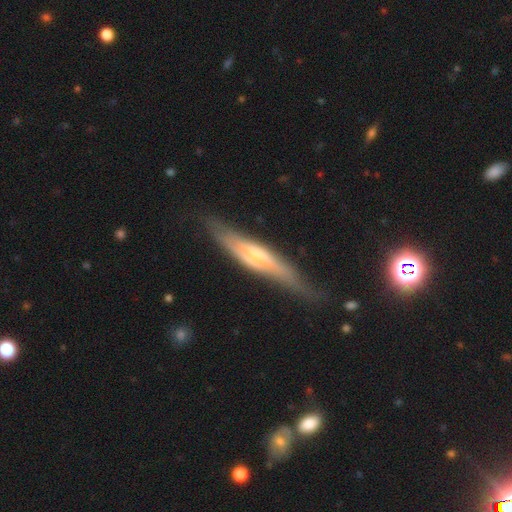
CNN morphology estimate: The model was most divided on "smooth or featured": featured or disk: 65%, smooth: 29%, star or artifact: 6%. More confident: edge-on disk — yes (82%); merging — none (70%); edge-on bulge — rounded (63%).